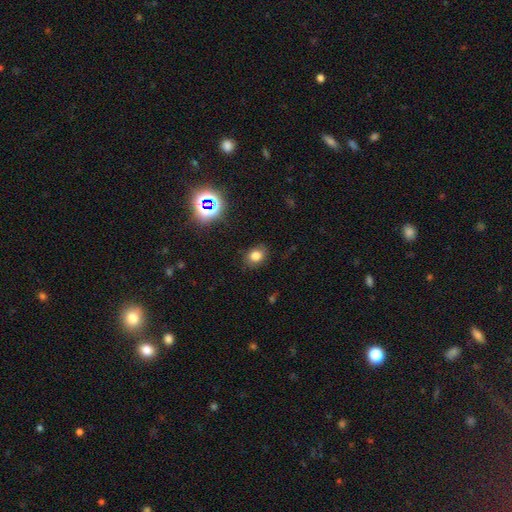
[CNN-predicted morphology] type=smooth (75%); roundness=in between (57%); merging=none (82%).